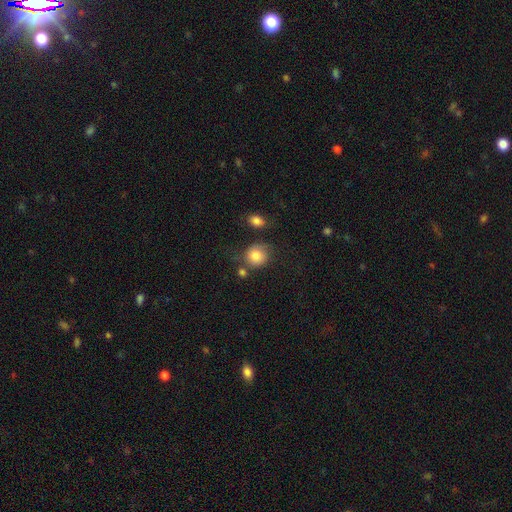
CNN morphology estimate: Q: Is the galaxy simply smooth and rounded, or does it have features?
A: smooth — 81%.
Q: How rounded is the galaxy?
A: round — 83%.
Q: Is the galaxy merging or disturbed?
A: none — 60%.